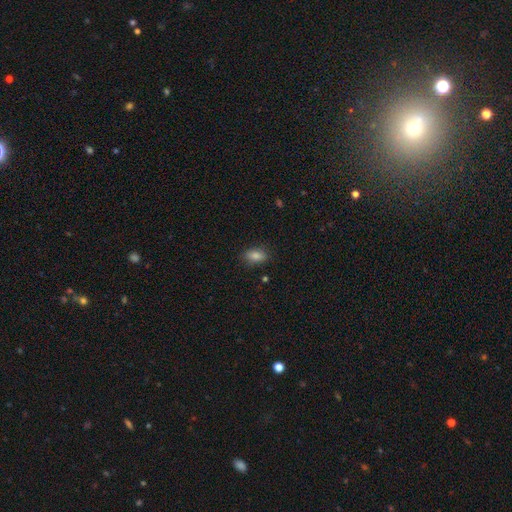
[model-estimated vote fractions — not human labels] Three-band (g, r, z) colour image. It shows a smooth galaxy with no disk features (84%) that is in between round and cigar-shaped (87%). Merging: none (83%).